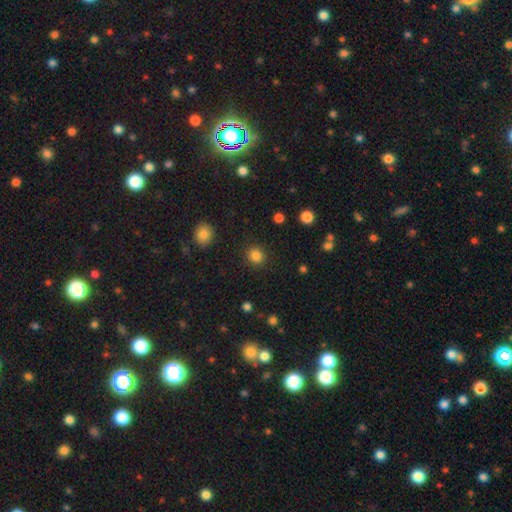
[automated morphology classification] The model was most divided on "how rounded": round: 84%, in between: 15%, cigar-shaped: 1%. More confident: merging — none (90%); smooth or featured — smooth (85%).